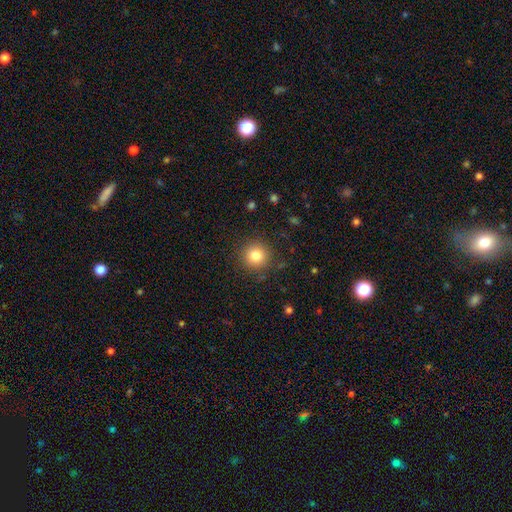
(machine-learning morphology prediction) type=smooth (82%); roundness=round (94%); merging=none (88%).